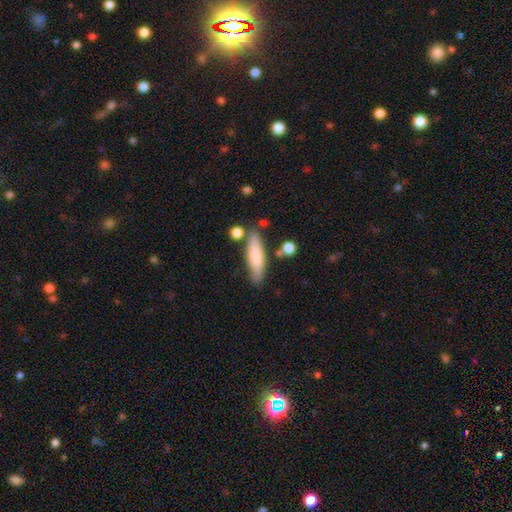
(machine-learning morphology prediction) smooth-or-featured: smooth: 74% | featured or disk: 19% | star or artifact: 6%
  how-rounded: cigar-shaped: 63% | in between: 35% | round: 2%
  merging: none: 72% | minor disturbance: 16% | merger: 8% | major disturbance: 4%